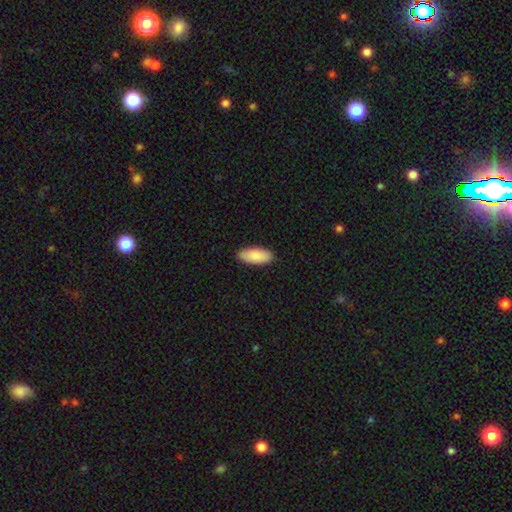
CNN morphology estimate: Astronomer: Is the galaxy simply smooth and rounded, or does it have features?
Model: smooth — 87%.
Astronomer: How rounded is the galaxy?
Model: in between — 85%.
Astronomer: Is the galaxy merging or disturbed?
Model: none — 89%.